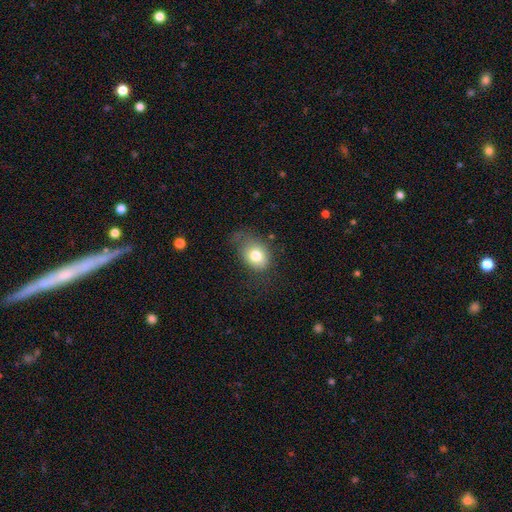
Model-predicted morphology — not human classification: Overall: smooth (78%). How rounded: in between (56%; round 43%). Merging: none (54%; minor disturbance 29%).